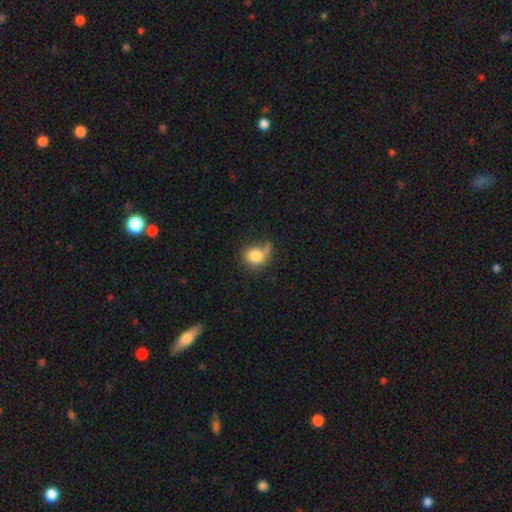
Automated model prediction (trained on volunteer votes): Smooth or featured? smooth (79%)
How rounded? round (72%)
Merging? none (42%)